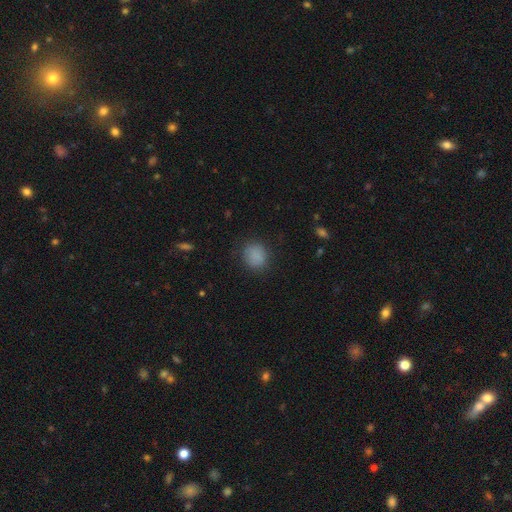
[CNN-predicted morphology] Smooth or featured? Predicted: smooth (p=0.85). How rounded? Predicted: round (p=0.73). Merging? Predicted: none (p=0.82).